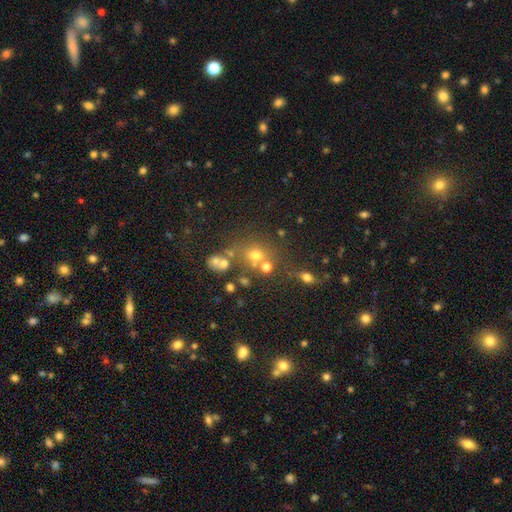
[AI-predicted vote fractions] Overall: smooth (59%; star or artifact 27%). How rounded: round (77%). Merging: none (59%; merger 22%).